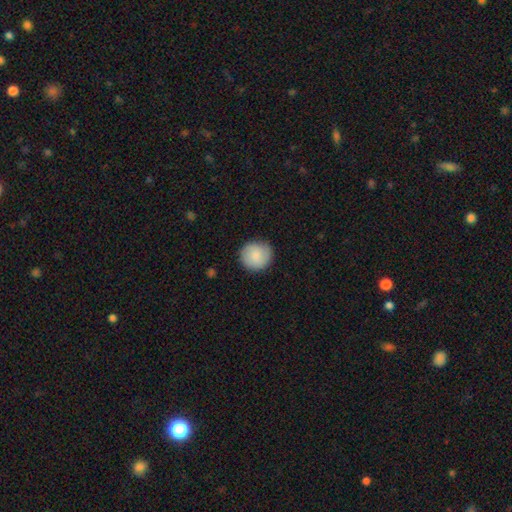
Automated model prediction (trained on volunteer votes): smooth_or_featured: smooth (p=0.85) [alt: featured or disk p=0.09]
how_rounded: round (p=0.92) [alt: in between p=0.07]
merging: none (p=0.86) [alt: minor disturbance p=0.11]